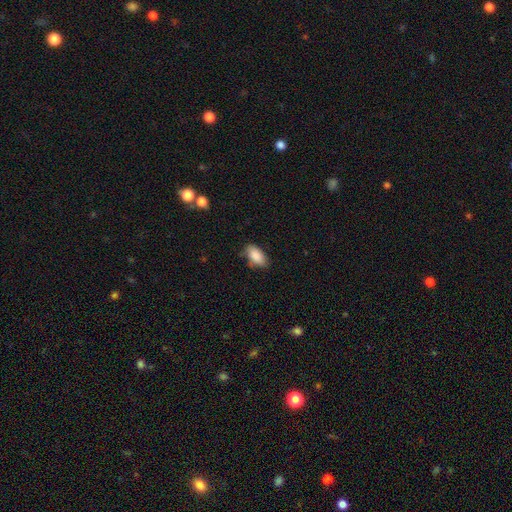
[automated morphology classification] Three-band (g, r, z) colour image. It shows a smooth galaxy with no disk features (88%) that is in between round and cigar-shaped (93%). Merging: none (74%).